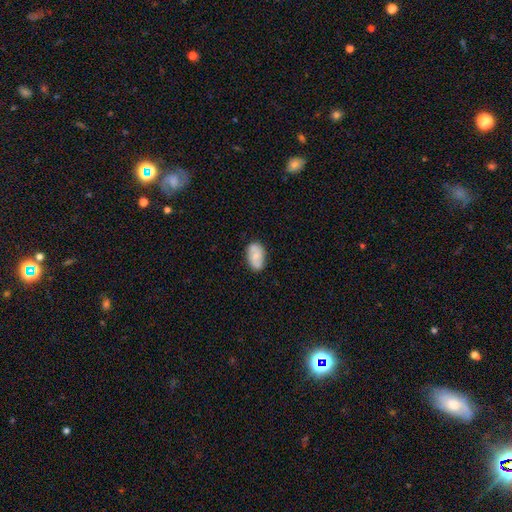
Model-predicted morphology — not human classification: Smooth or featured?
  - smooth: 61% *
  - featured or disk: 32%
  - star or artifact: 7%
How rounded?
  - in between: 90% *
  - round: 8%
  - cigar-shaped: 2%
Merging?
  - none: 76% *
  - minor disturbance: 17%
  - major disturbance: 4%
  - merger: 3%